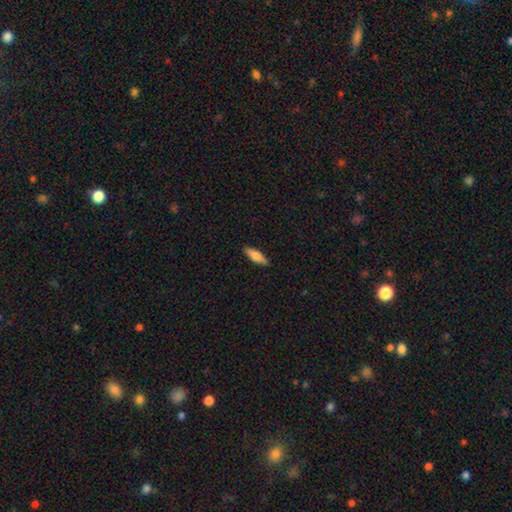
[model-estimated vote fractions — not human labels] Morphology: type=smooth (72%); roundness=cigar-shaped (59%); merging=none (89%).